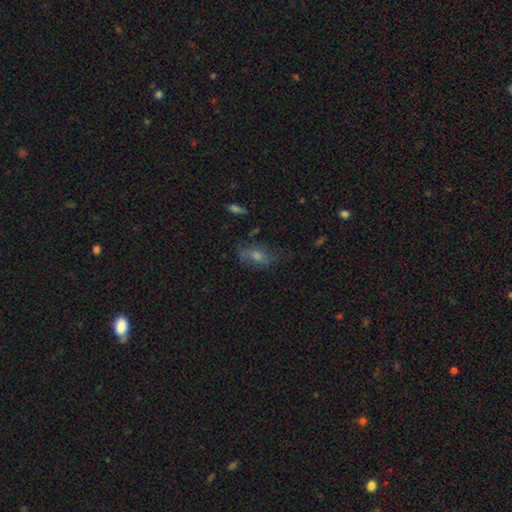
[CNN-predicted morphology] type=smooth (47%); merging=none (65%).